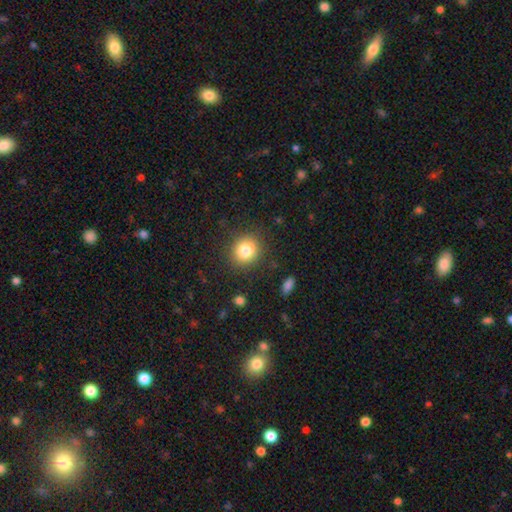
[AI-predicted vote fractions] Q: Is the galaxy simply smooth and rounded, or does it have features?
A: smooth — 81%.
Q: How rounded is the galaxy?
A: round — 82%.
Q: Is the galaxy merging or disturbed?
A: none — 91%.